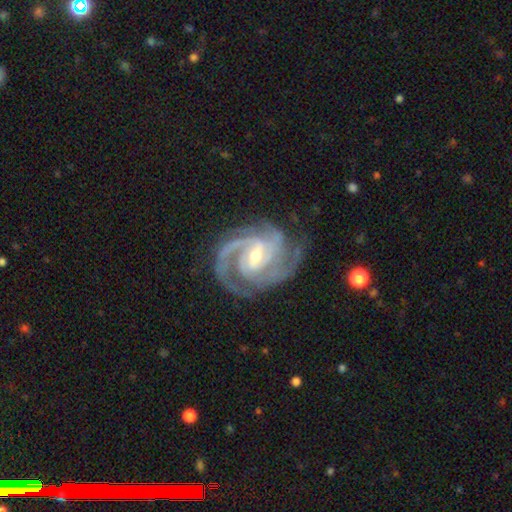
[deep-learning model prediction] Morphology: type=featured or disk (94%); edge-on=no (98%); bar=weak (48%); spiral arms=yes (99%); winding=tight (64%); arm count=3 (47%); bulge=small (50%); merging=none (77%).